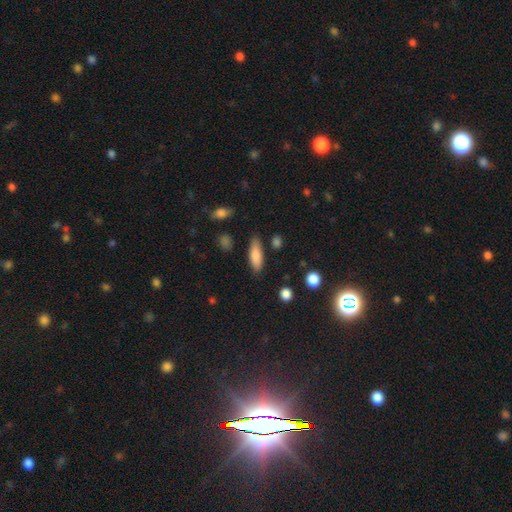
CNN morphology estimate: This is clearly a smooth galaxy (82%). How rounded: possibly in between (56%). Merging: clearly none (80%).